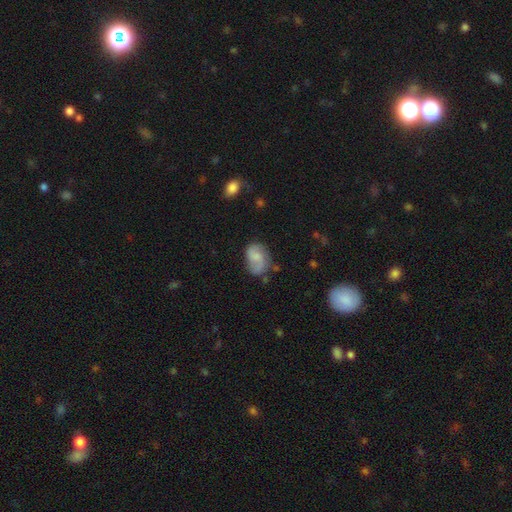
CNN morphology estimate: A smooth galaxy with no disk features (52%) that is in between round and cigar-shaped (78%).

Vote fractions:
- Smooth or featured? smooth: 52% / featured or disk: 40% / star or artifact: 8%
- How rounded? in between: 78% / round: 21% / cigar-shaped: 1%
- Merging? none: 54% / minor disturbance: 29% / major disturbance: 13% / merger: 5%